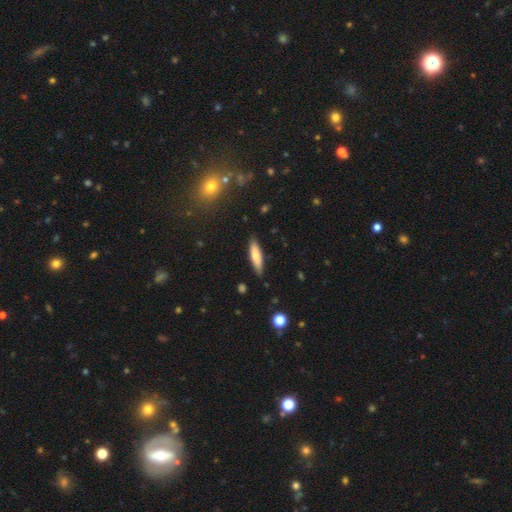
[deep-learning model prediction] Smooth or featured? Predicted: smooth (p=0.71). How rounded? Predicted: cigar-shaped (p=0.73). Merging? Predicted: none (p=0.86).